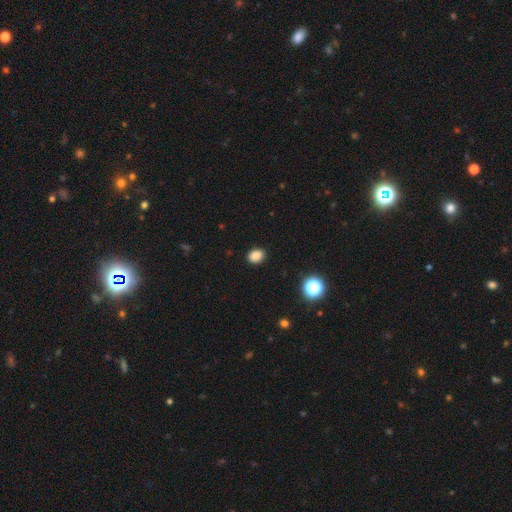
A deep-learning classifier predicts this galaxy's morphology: Smooth or featured? Predicted: smooth (p=0.85). How rounded? Predicted: in between (p=0.61). Merging? Predicted: none (p=0.89).